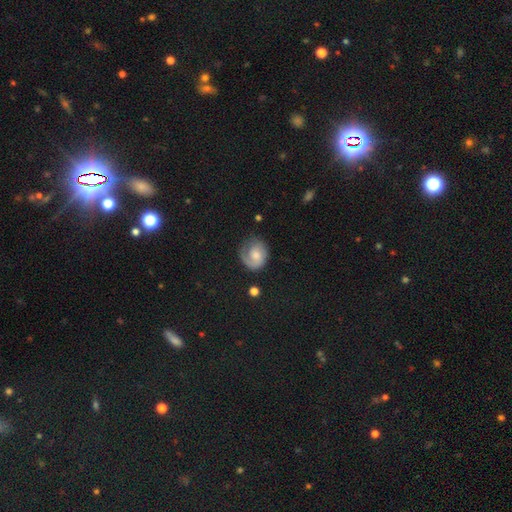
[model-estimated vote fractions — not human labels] featured or disk 56%, smooth 37%, star or artifact 7%. Down the decision tree: edge-on disk — no (98%); bar — no (68%); spiral arms — yes (87%); bulge size — moderate (47%); merging — none (62%).